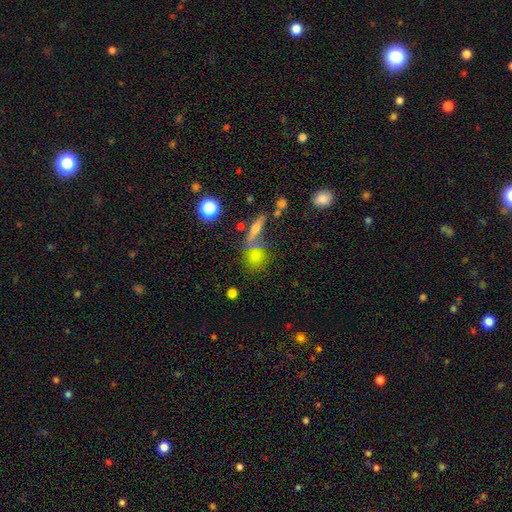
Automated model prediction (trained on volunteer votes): Overall: smooth (69%). How rounded: round (58%; in between 30%). Merging: none (53%; merger 26%).